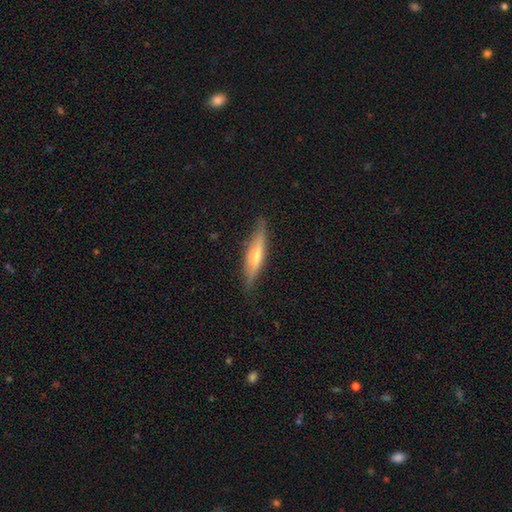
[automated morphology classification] Smooth or featured?
  - featured or disk: 55% *
  - smooth: 39%
  - star or artifact: 6%
Edge-on disk?
  - yes: 93% *
  - no: 7%
Edge-on bulge?
  - rounded: 69% *
  - none: 18%
  - boxy: 13%
Merging?
  - none: 84% *
  - minor disturbance: 13%
  - major disturbance: 2%
  - merger: 1%